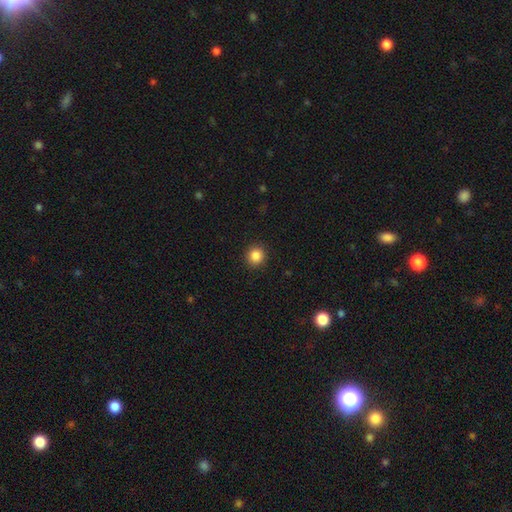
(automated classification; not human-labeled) This is clearly a smooth galaxy (86%). How rounded: clearly round (92%). Merging: clearly none (92%).